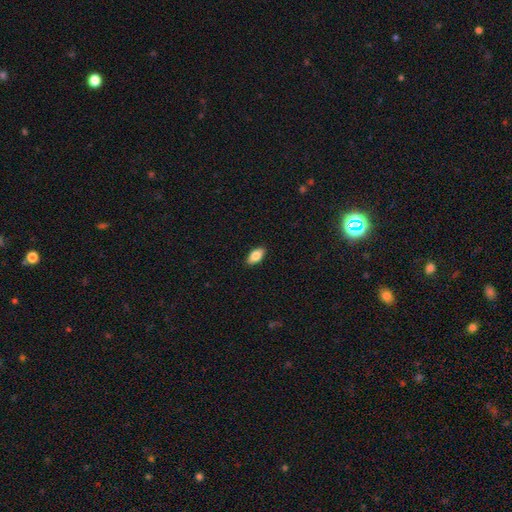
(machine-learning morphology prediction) Smooth or featured: smooth — 81% (featured or disk — 13%)
How rounded: in between — 91% (cigar-shaped — 6%)
Merging: none — 90% (minor disturbance — 8%)